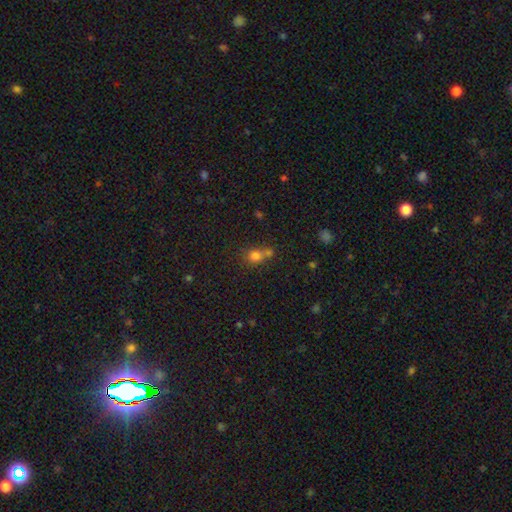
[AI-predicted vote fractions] Smooth or featured? smooth (76%)
How rounded? round (73%)
Merging? none (43%)